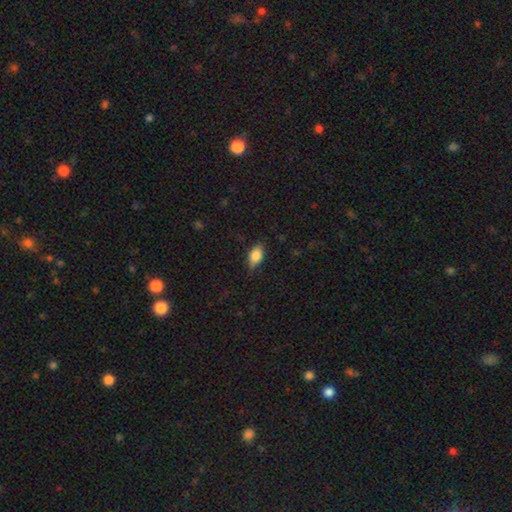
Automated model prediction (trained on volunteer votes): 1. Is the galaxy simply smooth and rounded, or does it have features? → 81% smooth, 12% featured or disk, 8% star or artifact.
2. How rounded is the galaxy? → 87% in between, 7% round, 6% cigar-shaped.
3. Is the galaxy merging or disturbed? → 77% none, 19% minor disturbance, 4% major disturbance, 1% merger.